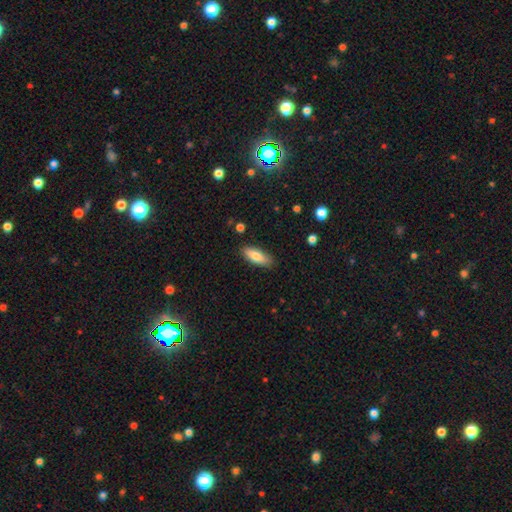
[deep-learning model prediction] Smooth or featured? Predicted: smooth (p=0.80). How rounded? Predicted: in between (p=0.68). Merging? Predicted: none (p=0.86).